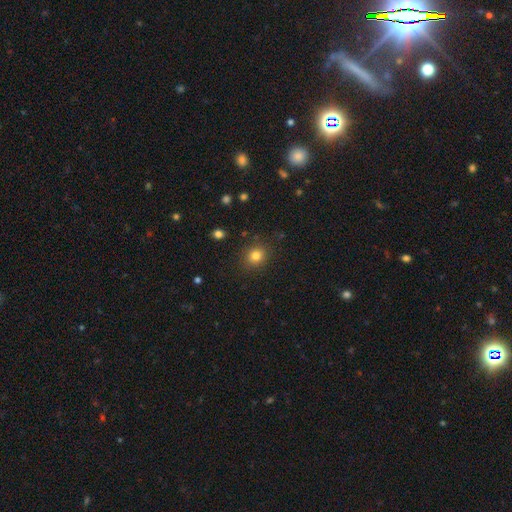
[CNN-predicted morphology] Q: Smooth or featured?
A: smooth (81%); runner-up: star or artifact (13%)
Q: How rounded?
A: round (78%); runner-up: in between (21%)
Q: Merging?
A: none (87%); runner-up: minor disturbance (8%)